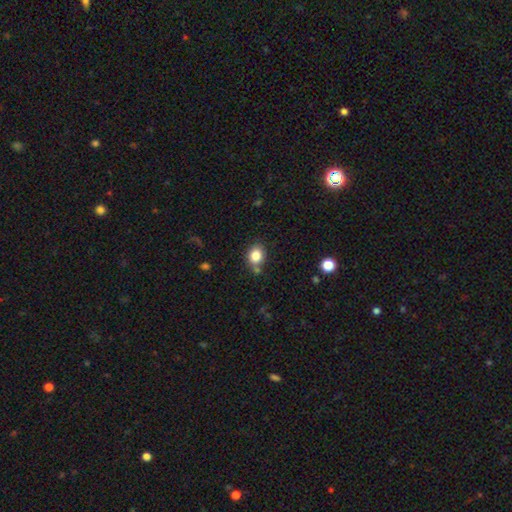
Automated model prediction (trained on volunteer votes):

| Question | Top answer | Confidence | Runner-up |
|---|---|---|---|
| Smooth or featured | smooth | 83% | star or artifact (10%) |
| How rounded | round | 57% | in between (42%) |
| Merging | none | 73% | minor disturbance (14%) |